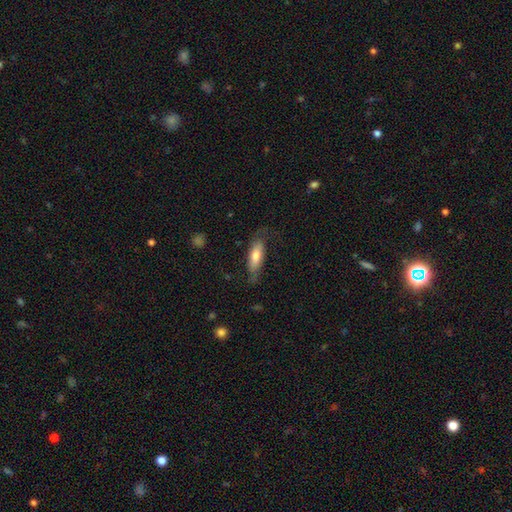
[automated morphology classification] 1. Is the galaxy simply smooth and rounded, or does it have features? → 66% smooth, 28% featured or disk, 6% star or artifact.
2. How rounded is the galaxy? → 60% in between, 38% cigar-shaped, 2% round.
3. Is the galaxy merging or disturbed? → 62% none, 25% minor disturbance, 11% major disturbance, 2% merger.